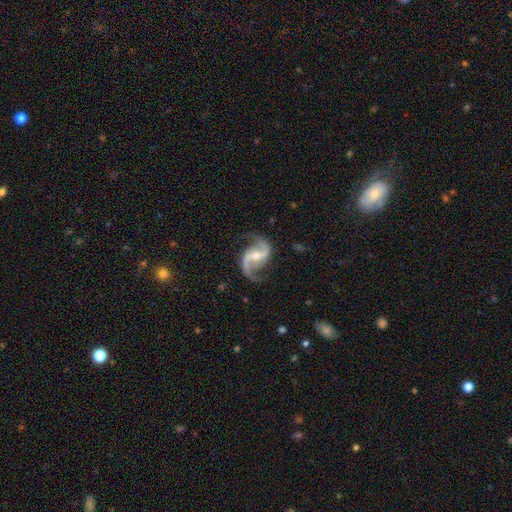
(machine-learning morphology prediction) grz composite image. It shows a featured or disk galaxy (92%) with a weak bar (41%), 2 (94%) loose (56%) spiral arms (98%) and a moderate central bulge (52%). Merging: none (80%).